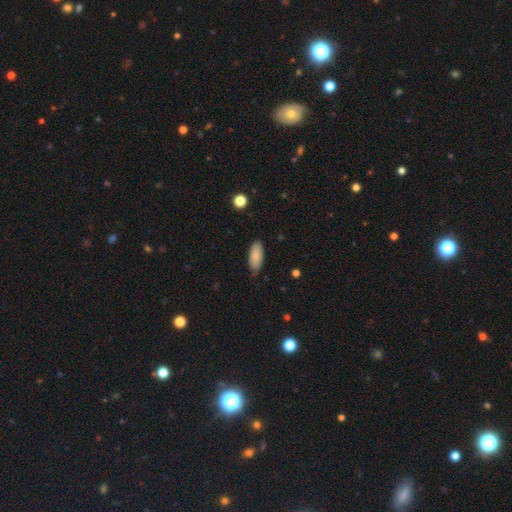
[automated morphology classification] Smooth or featured? Predicted: smooth (p=0.86). How rounded? Predicted: in between (p=0.83). Merging? Predicted: none (p=0.80).